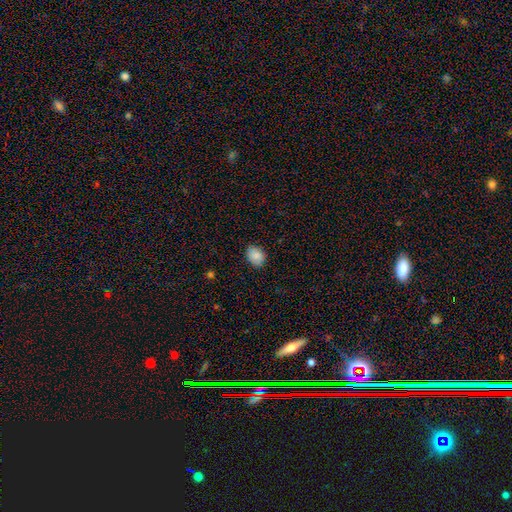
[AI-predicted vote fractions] smooth 87%, star or artifact 8%, featured or disk 5%. Down the decision tree: how rounded — in between (61%); merging — none (82%).